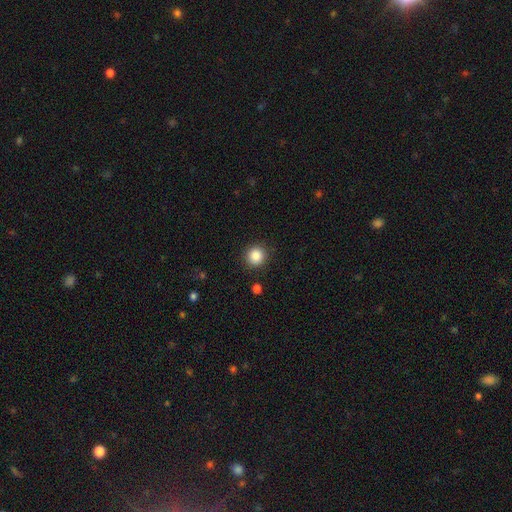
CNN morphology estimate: smooth-or-featured: smooth: 87% | star or artifact: 10% | featured or disk: 3%
  how-rounded: round: 92% | in between: 7% | cigar-shaped: 1%
  merging: none: 90% | minor disturbance: 7% | major disturbance: 2% | merger: 1%